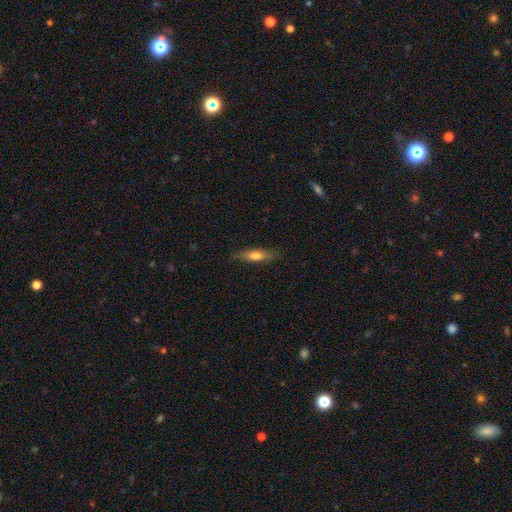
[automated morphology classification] smooth 60%, featured or disk 33%, star or artifact 6%. Down the decision tree: how rounded — cigar-shaped (73%); merging — none (82%).